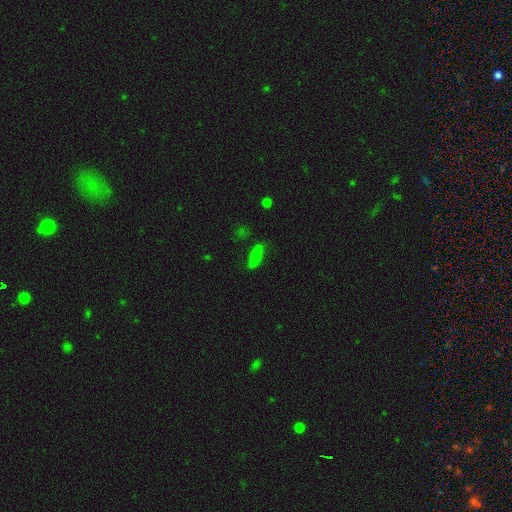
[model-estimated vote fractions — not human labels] This appears to be a smooth galaxy with no disk features (58%) that is in between round and cigar-shaped (56%). Merging: none (68%).